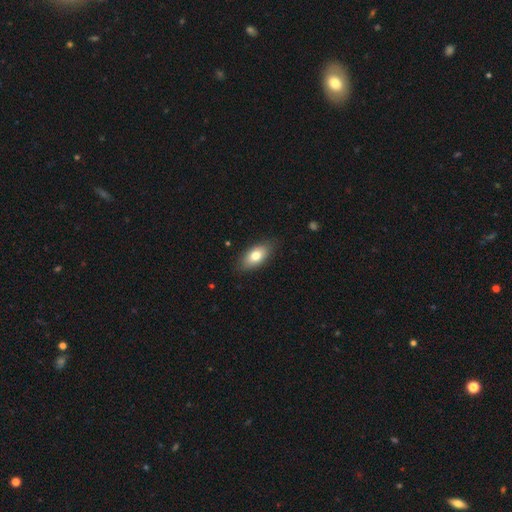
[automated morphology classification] Smooth or featured? smooth (75%)
How rounded? in between (89%)
Merging? none (84%)